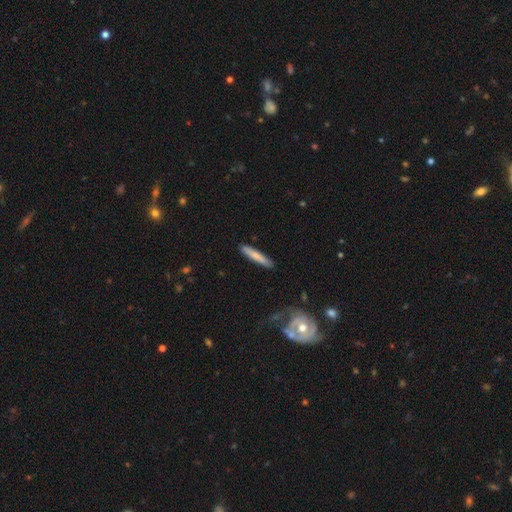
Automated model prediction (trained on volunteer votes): The model was most divided on "smooth or featured": smooth: 70%, featured or disk: 25%, star or artifact: 5%. More confident: how rounded — cigar-shaped (93%); merging — none (88%).